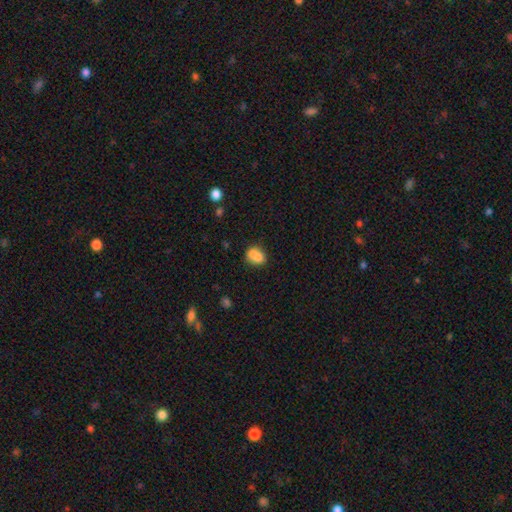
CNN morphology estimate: Smooth or featured?
  - smooth: 77% *
  - featured or disk: 14%
  - star or artifact: 10%
How rounded?
  - in between: 51% *
  - round: 47%
  - cigar-shaped: 1%
Merging?
  - merger: 46% *
  - none: 37%
  - minor disturbance: 13%
  - major disturbance: 4%